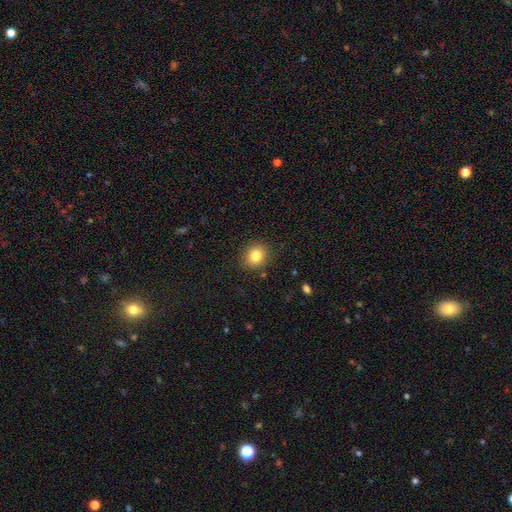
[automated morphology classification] Smooth or featured?
  - smooth: 82% *
  - star or artifact: 11%
  - featured or disk: 7%
How rounded?
  - round: 73% *
  - in between: 26%
  - cigar-shaped: 1%
Merging?
  - none: 88% *
  - minor disturbance: 8%
  - major disturbance: 2%
  - merger: 1%